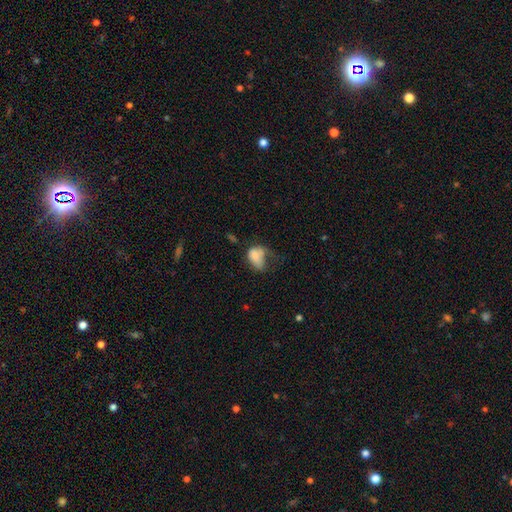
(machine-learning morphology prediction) Smooth or featured: smooth — 71% (featured or disk — 19%)
How rounded: in between — 79% (round — 19%)
Merging: major disturbance — 43% (minor disturbance — 27%)